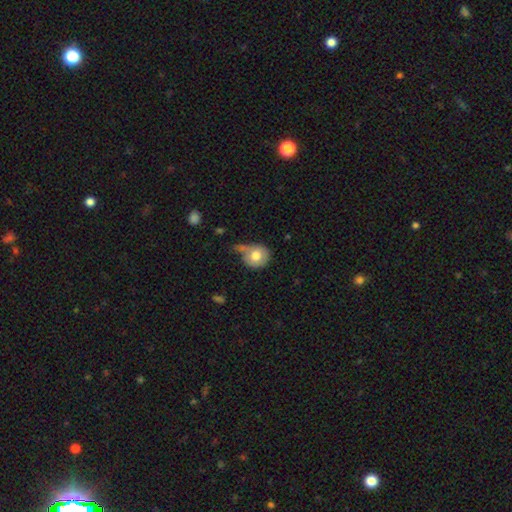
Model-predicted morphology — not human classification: This is likely a smooth galaxy (73%). How rounded: likely round (80%). Merging: marginally none (40%).